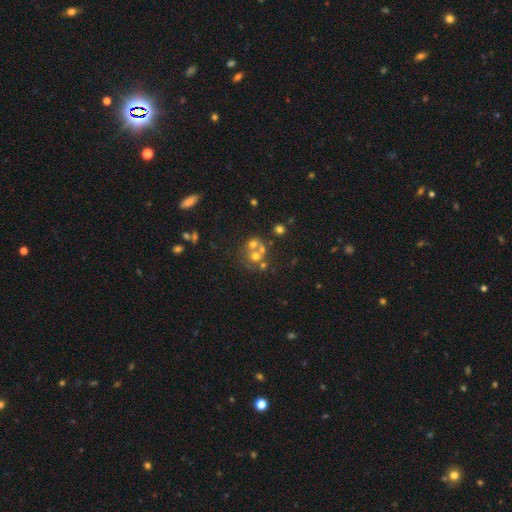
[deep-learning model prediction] Morphology: type=smooth (48%); merging=merger (50%).